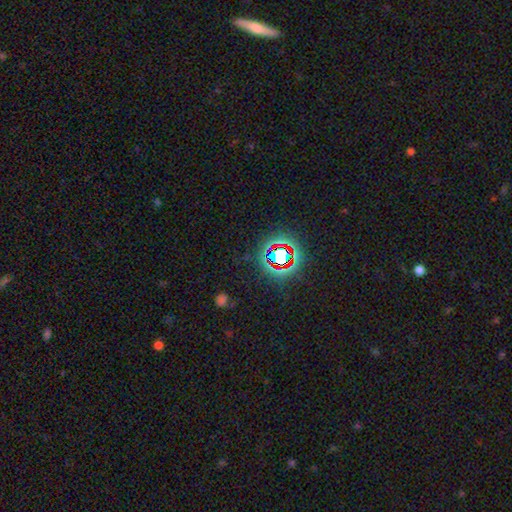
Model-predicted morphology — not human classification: A star or artifact, not a galaxy (79%).

Vote fractions:
- Smooth or featured? star or artifact: 79% / smooth: 12% / featured or disk: 8%